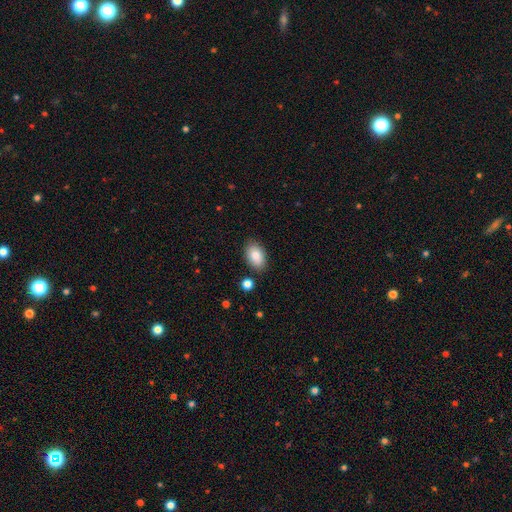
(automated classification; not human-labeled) A smooth galaxy with no disk features (85%) that is in between round and cigar-shaped (90%).

Vote fractions:
- Smooth or featured? smooth: 85% / featured or disk: 8% / star or artifact: 7%
- How rounded? in between: 90% / round: 8% / cigar-shaped: 1%
- Merging? none: 83% / minor disturbance: 11% / merger: 3% / major disturbance: 2%